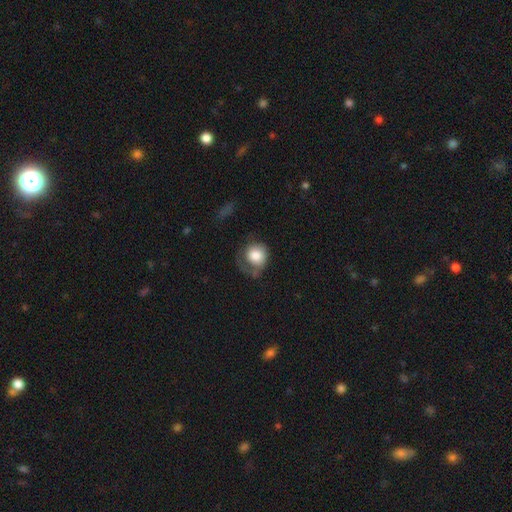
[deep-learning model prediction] This is likely a smooth galaxy (75%). How rounded: likely round (80%). Merging: marginally none (35%).